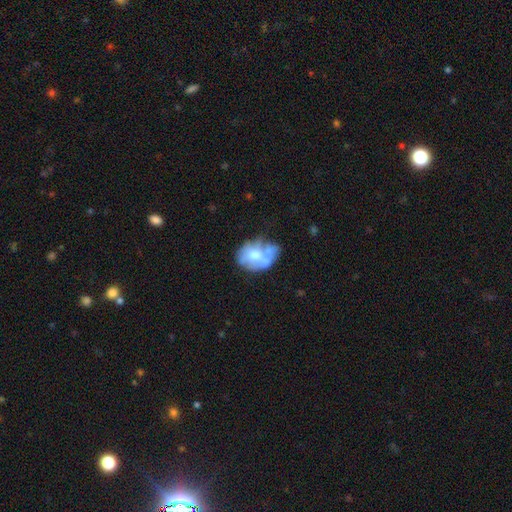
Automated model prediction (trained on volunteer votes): Overall: featured or disk (52%; smooth 39%). Edge-on disk: no (96%). Merging: none (32%; merger 29%).